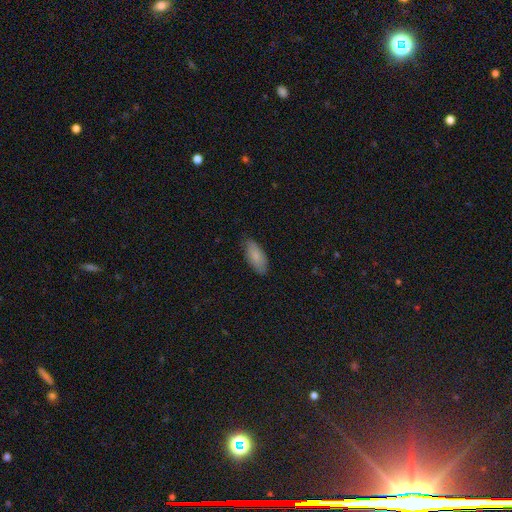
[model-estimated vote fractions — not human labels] This appears to be a smooth galaxy with no disk features (83%) that is in between round and cigar-shaped (84%). Merging: none (82%).